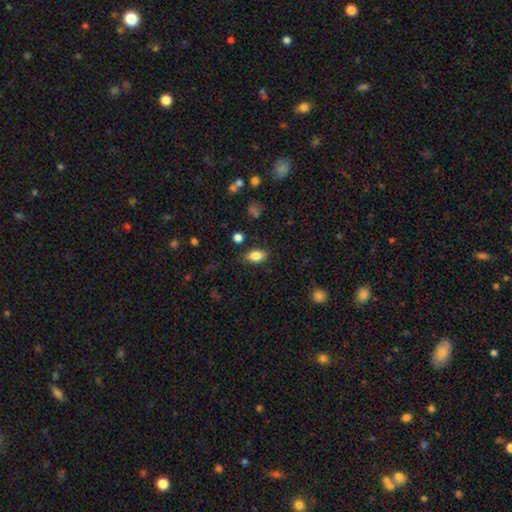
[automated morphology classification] Overall: smooth (84%). How rounded: in between (89%). Merging: none (82%).